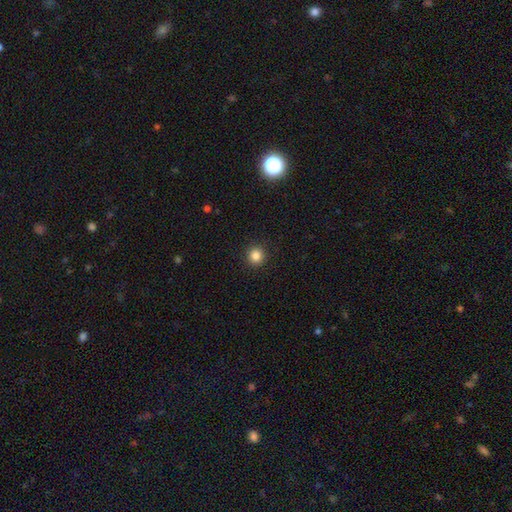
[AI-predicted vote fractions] This appears to be a smooth galaxy with no disk features (84%) that is round (94%). Merging: none (92%).